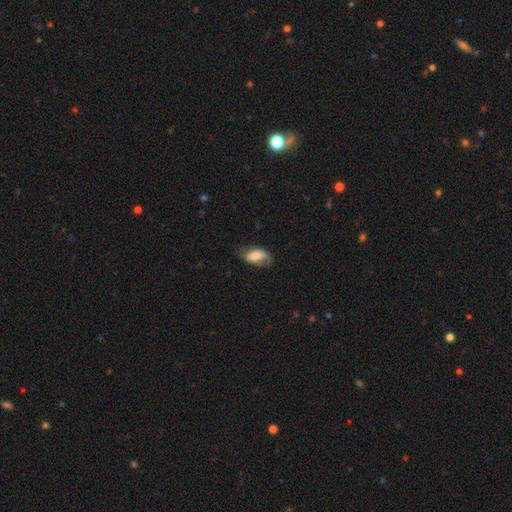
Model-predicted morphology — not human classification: This is likely a smooth galaxy (64%). How rounded: clearly in between (91%). Merging: possibly none (59%).